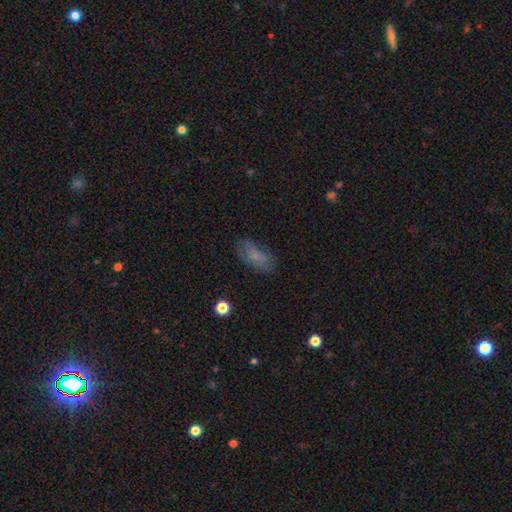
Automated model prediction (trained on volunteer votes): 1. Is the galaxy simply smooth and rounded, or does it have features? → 72% smooth, 17% featured or disk, 11% star or artifact.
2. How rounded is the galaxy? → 87% in between, 9% cigar-shaped, 4% round.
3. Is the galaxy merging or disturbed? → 67% none, 21% minor disturbance, 9% major disturbance, 2% merger.